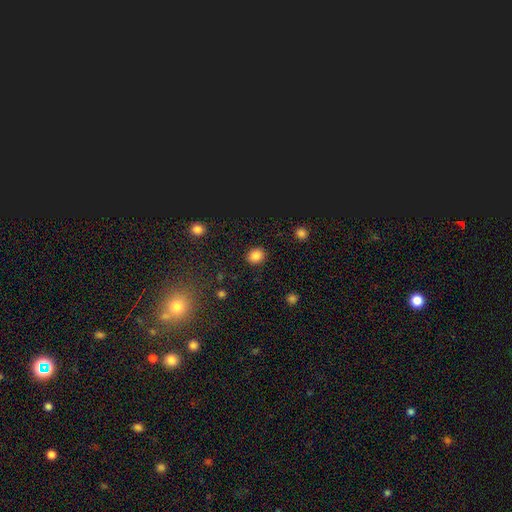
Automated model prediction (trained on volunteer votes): Q: Smooth or featured?
A: smooth (85%); runner-up: star or artifact (11%)
Q: How rounded?
A: round (69%); runner-up: in between (30%)
Q: Merging?
A: none (89%); runner-up: minor disturbance (7%)